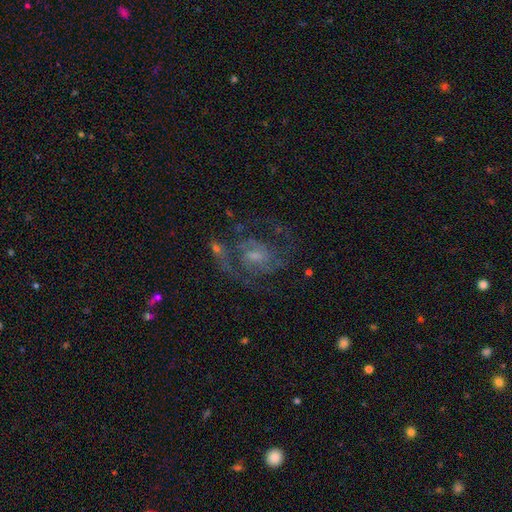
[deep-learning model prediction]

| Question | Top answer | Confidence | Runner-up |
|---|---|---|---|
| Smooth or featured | featured or disk | 79% | smooth (11%) |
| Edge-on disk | no | 98% | yes (2%) |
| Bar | no | 46% | weak (45%) |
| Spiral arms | yes | 87% | no (13%) |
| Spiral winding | medium | 52% | tight (27%) |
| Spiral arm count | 2 | 60% | can't tell (18%) |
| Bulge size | small | 52% | moderate (32%) |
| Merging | none | 56% | major disturbance (22%) |